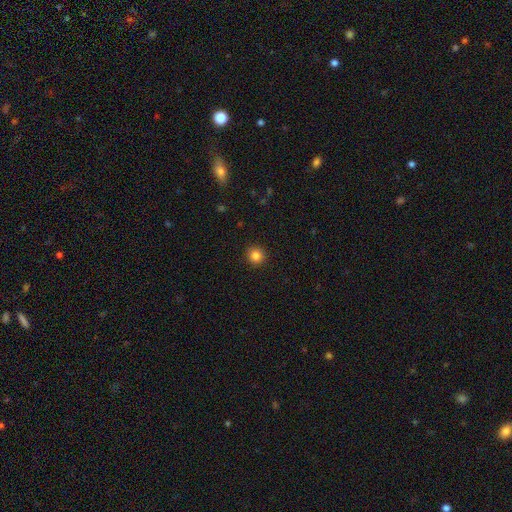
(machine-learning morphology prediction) This is clearly a smooth galaxy (85%). How rounded: clearly round (94%). Merging: clearly none (93%).